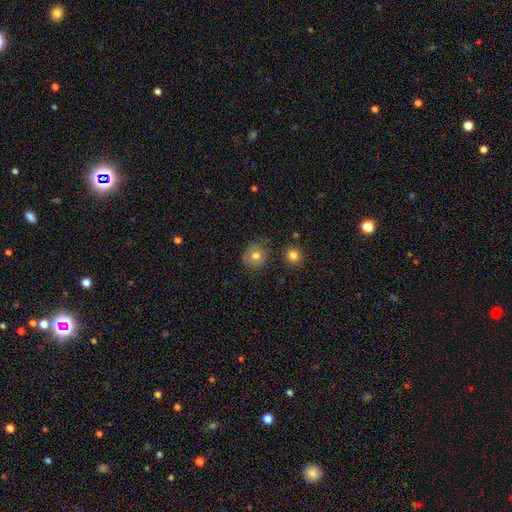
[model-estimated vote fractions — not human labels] Smooth or featured? smooth (74%)
How rounded? round (88%)
Merging? none (77%)